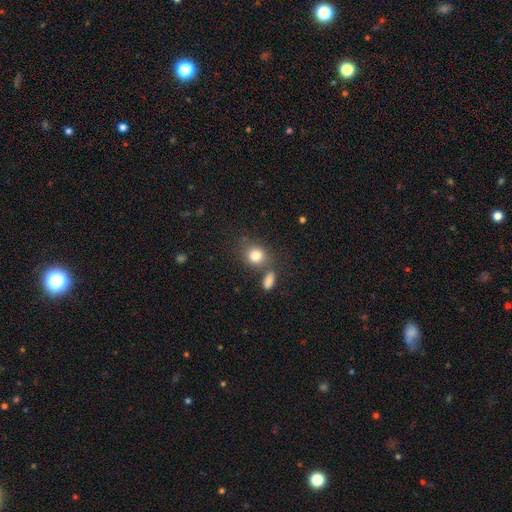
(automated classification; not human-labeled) smooth 80%, star or artifact 11%, featured or disk 9%. Down the decision tree: how rounded — round (70%); merging — none (66%).